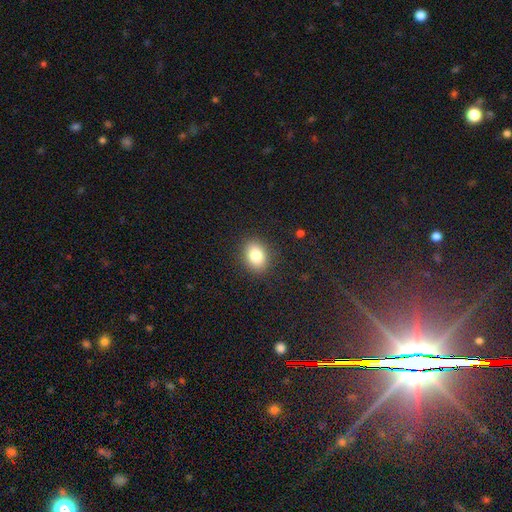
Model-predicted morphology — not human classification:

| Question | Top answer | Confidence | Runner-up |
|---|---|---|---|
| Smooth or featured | smooth | 82% | star or artifact (9%) |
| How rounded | in between | 59% | round (40%) |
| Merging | none | 89% | minor disturbance (8%) |